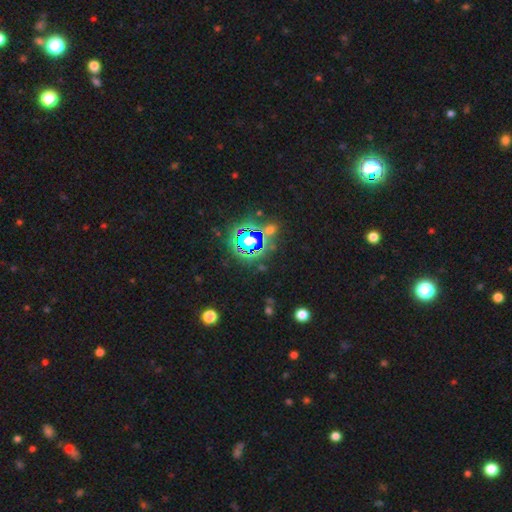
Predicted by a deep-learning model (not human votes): Smooth or featured? Predicted: star or artifact (p=0.83).